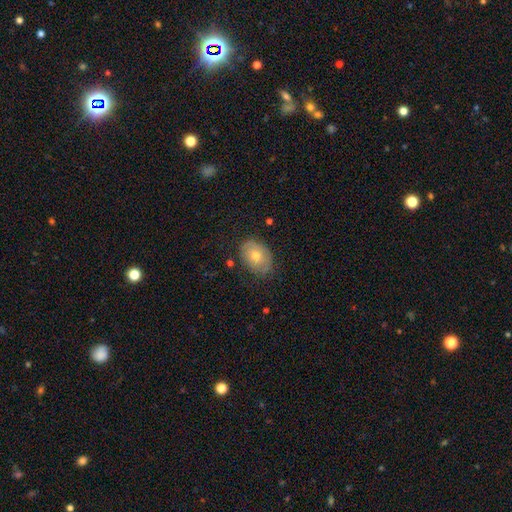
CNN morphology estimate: Smooth or featured? smooth (56%)
How rounded? in between (71%)
Merging? none (76%)